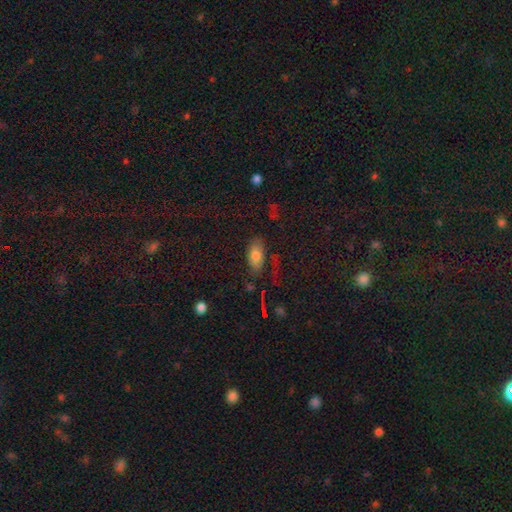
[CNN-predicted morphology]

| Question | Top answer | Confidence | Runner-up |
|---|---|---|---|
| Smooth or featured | smooth | 75% | featured or disk (15%) |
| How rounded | in between | 89% | cigar-shaped (7%) |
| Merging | none | 67% | minor disturbance (20%) |